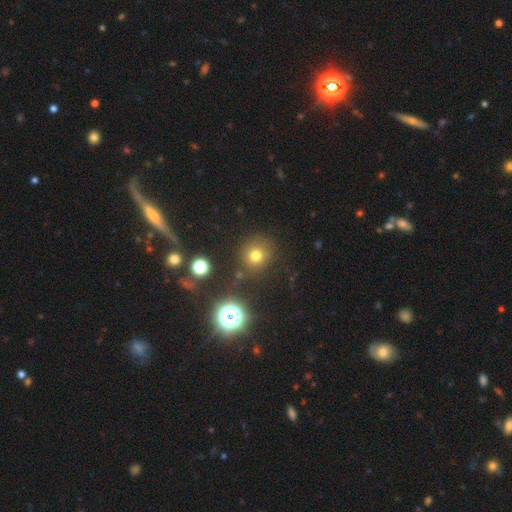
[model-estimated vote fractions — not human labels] Smooth or featured?
  - smooth: 71% *
  - star or artifact: 21%
  - featured or disk: 8%
How rounded?
  - round: 91% *
  - in between: 8%
  - cigar-shaped: 1%
Merging?
  - none: 83% *
  - minor disturbance: 9%
  - merger: 4%
  - major disturbance: 4%